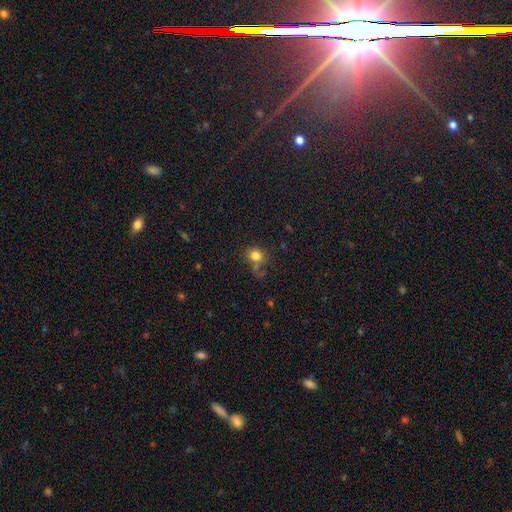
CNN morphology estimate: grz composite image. It shows a smooth galaxy with no disk features (80%) that is round (75%). Merging: none (59%).